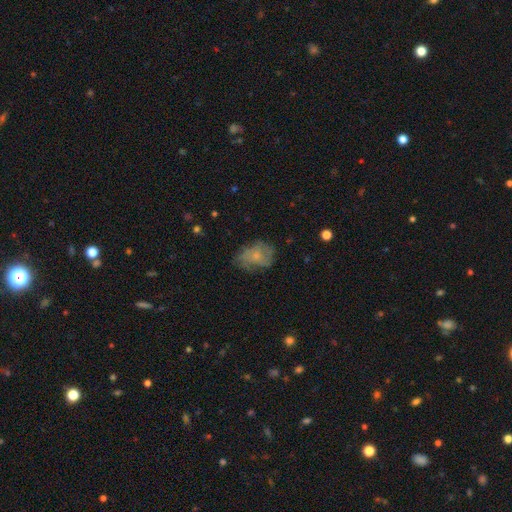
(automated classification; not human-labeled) smooth_or_featured: featured or disk (p=0.46) [alt: smooth p=0.45]
merging: none (p=0.57) [alt: minor disturbance p=0.27]